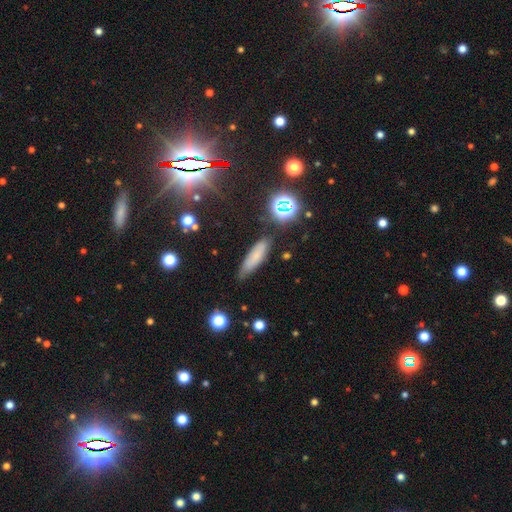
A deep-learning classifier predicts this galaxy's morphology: Q: Smooth or featured?
A: smooth (68%); runner-up: featured or disk (17%)
Q: How rounded?
A: cigar-shaped (69%); runner-up: in between (28%)
Q: Merging?
A: none (76%); runner-up: minor disturbance (17%)